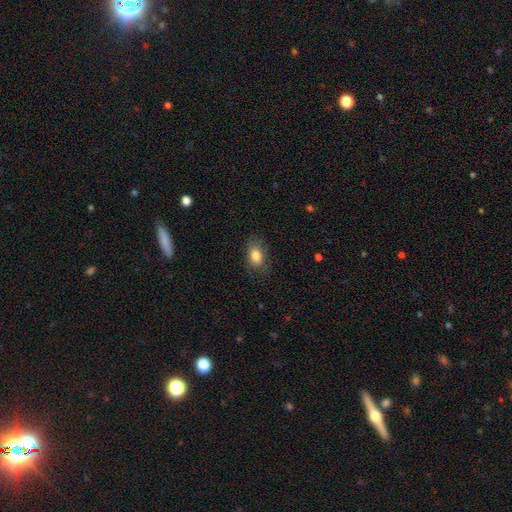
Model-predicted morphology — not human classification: This appears to be a smooth galaxy with no disk features (83%) that is in between round and cigar-shaped (86%). Merging: none (76%).